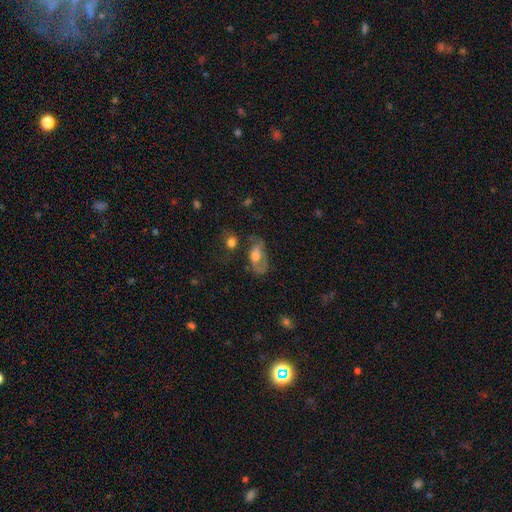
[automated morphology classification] Q: Smooth or featured?
A: featured or disk (49%); runner-up: smooth (42%)
Q: Merging?
A: none (43%); runner-up: major disturbance (26%)